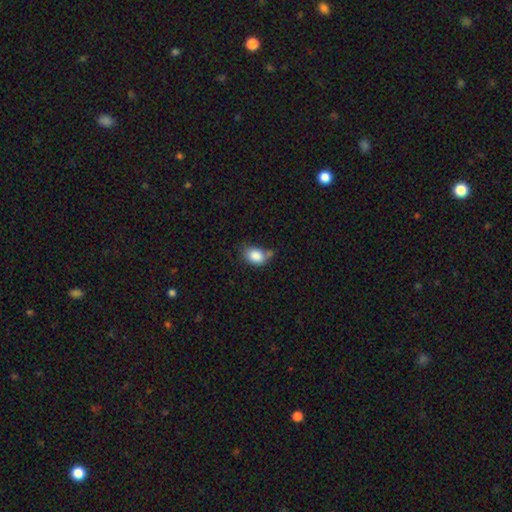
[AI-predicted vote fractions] Smooth or featured? smooth (85%)
How rounded? in between (73%)
Merging? none (49%)